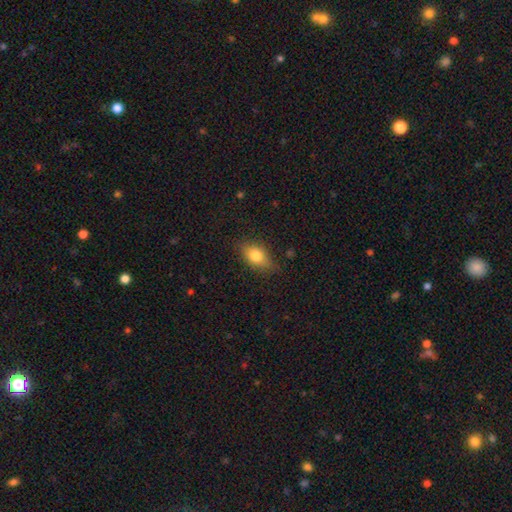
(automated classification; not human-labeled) Morphology: type=smooth (79%); roundness=in between (82%); merging=none (75%).